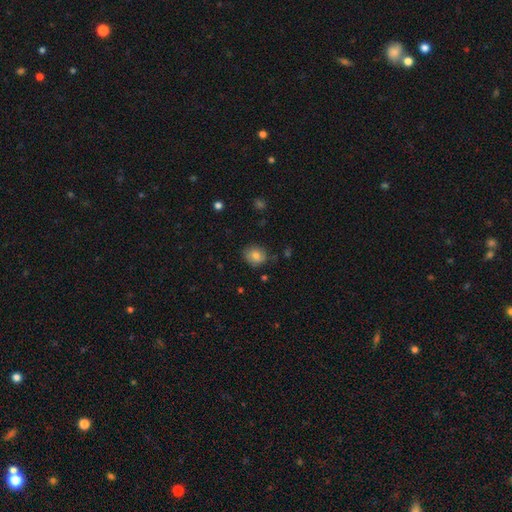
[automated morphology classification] This is clearly a smooth galaxy (81%). How rounded: likely round (68%). Merging: likely none (77%).